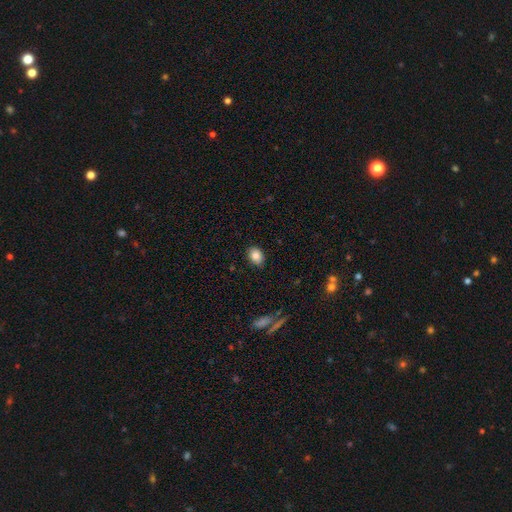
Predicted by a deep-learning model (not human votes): Q: Smooth or featured?
A: smooth (82%); runner-up: featured or disk (9%)
Q: How rounded?
A: in between (67%); runner-up: round (32%)
Q: Merging?
A: none (86%); runner-up: minor disturbance (11%)